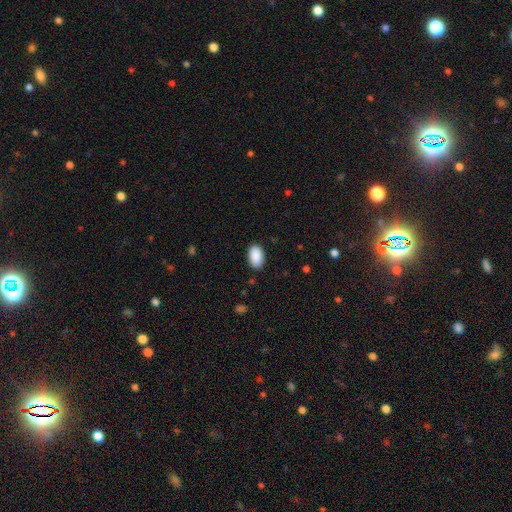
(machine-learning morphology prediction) Smooth or featured: smooth — 91% (star or artifact — 6%)
How rounded: in between — 93% (round — 5%)
Merging: none — 88% (minor disturbance — 9%)